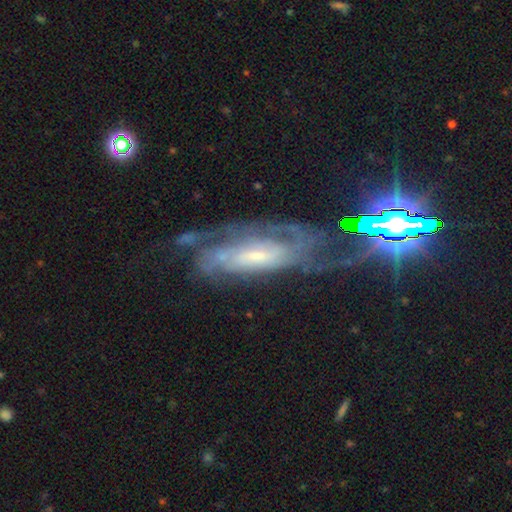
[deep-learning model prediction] This appears to be a featured or disk galaxy (77%) with no bar (51%), tight (57%) spiral arms (92%) and a small central bulge (61%). Merging: none (59%).